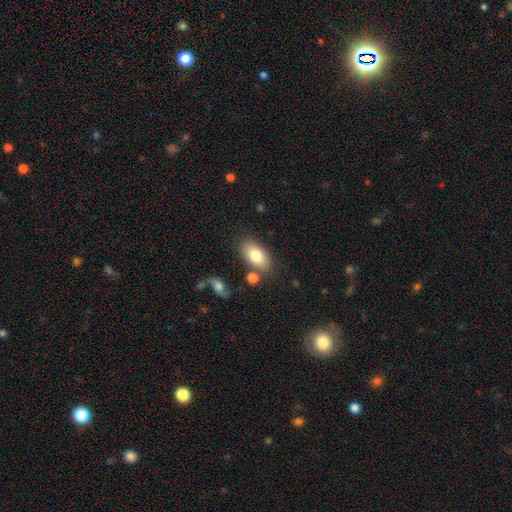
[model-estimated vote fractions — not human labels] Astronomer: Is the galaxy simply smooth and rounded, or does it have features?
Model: smooth — 79%.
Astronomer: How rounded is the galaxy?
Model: in between — 92%.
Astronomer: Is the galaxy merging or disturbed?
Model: none — 77%.